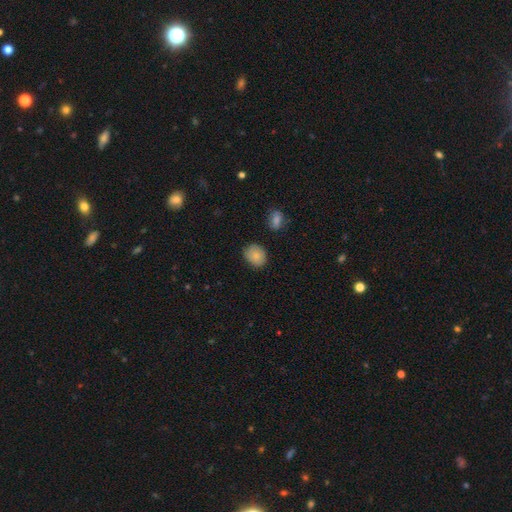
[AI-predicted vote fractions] smooth_or_featured: smooth (p=0.83) [alt: featured or disk p=0.09]
how_rounded: round (p=0.58) [alt: in between p=0.41]
merging: none (p=0.77) [alt: minor disturbance p=0.18]